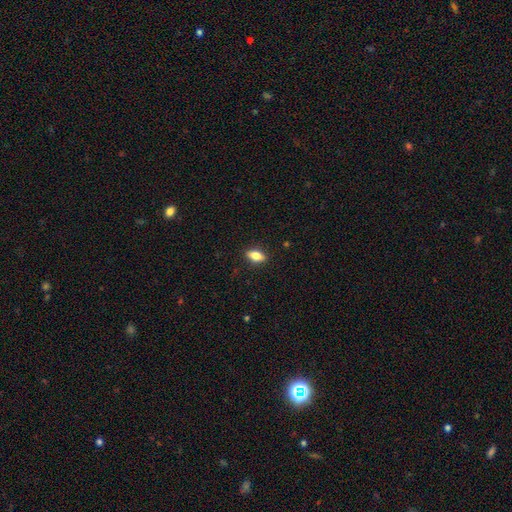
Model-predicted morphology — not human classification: smooth-or-featured: smooth: 76% | featured or disk: 16% | star or artifact: 8%
  how-rounded: in between: 84% | cigar-shaped: 9% | round: 6%
  merging: none: 88% | minor disturbance: 9% | major disturbance: 2% | merger: 1%